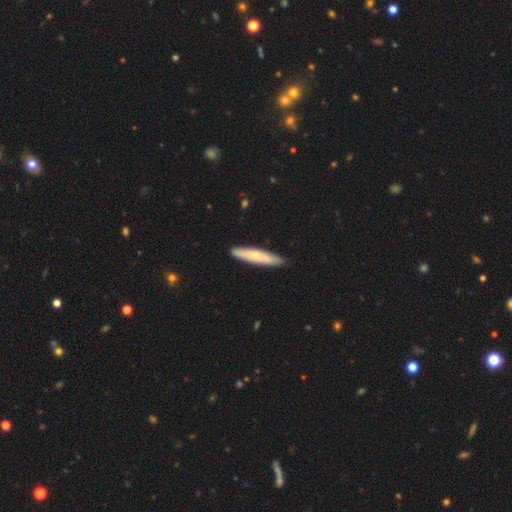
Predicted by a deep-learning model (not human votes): This appears to be a smooth galaxy with no disk features (63%) that is cigar-shaped (88%). Merging: none (90%).